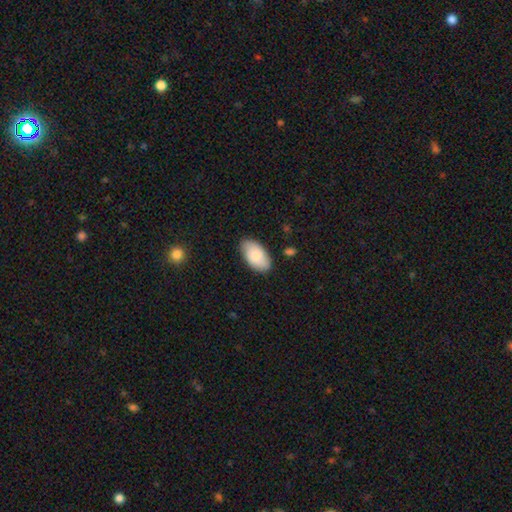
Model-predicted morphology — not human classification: Smooth or featured?
  - smooth: 82% *
  - featured or disk: 12%
  - star or artifact: 6%
How rounded?
  - in between: 95% *
  - round: 3%
  - cigar-shaped: 2%
Merging?
  - none: 82% *
  - minor disturbance: 14%
  - major disturbance: 3%
  - merger: 2%